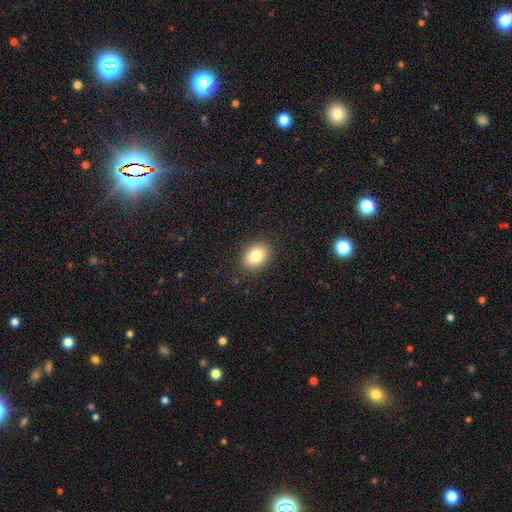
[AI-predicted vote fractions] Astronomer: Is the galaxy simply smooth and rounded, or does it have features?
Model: smooth — 83%.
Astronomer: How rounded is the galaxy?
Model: in between — 64%.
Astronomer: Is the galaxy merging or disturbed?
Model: none — 88%.